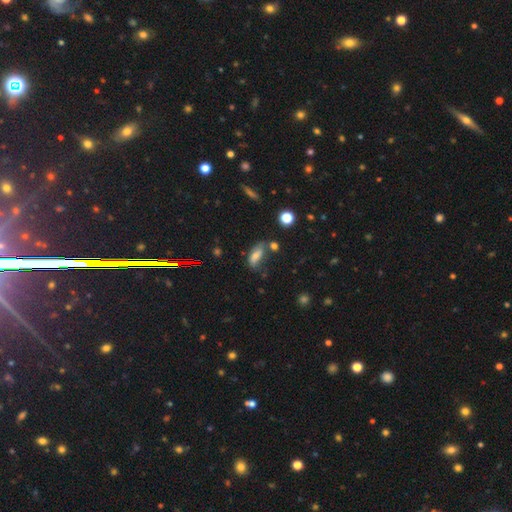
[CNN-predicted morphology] Overall: smooth (68%). How rounded: in between (69%). Merging: none (51%; minor disturbance 26%).